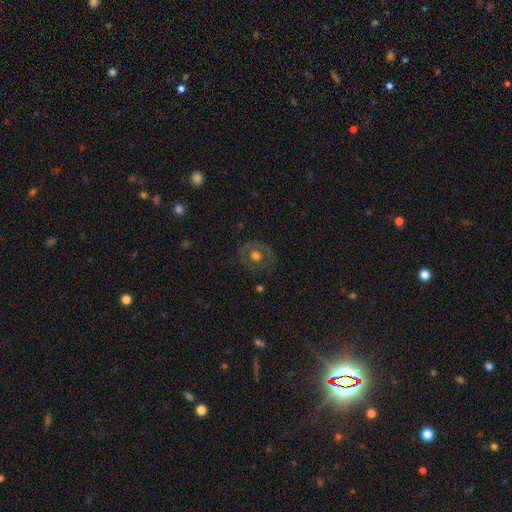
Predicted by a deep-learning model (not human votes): Overall: smooth (49%; featured or disk 42%). Merging: none (80%).